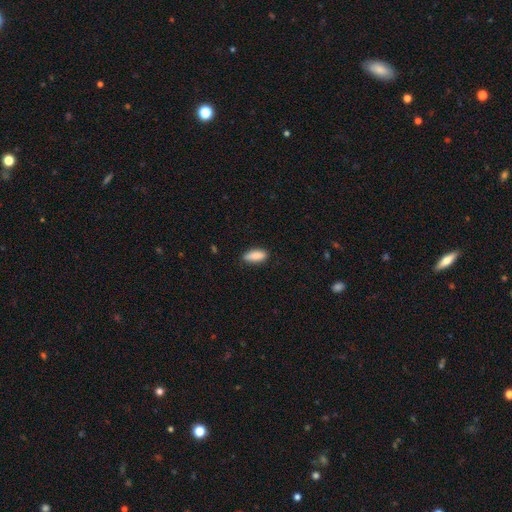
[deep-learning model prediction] smooth-or-featured: smooth: 87% | featured or disk: 6% | star or artifact: 6%
  how-rounded: in between: 73% | cigar-shaped: 25% | round: 2%
  merging: none: 82% | minor disturbance: 15% | major disturbance: 3% | merger: 1%